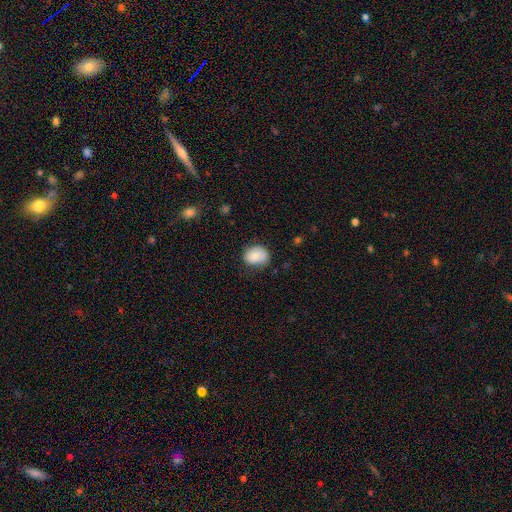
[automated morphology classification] This is clearly a smooth galaxy (83%). How rounded: possibly in between (57%). Merging: likely none (68%).